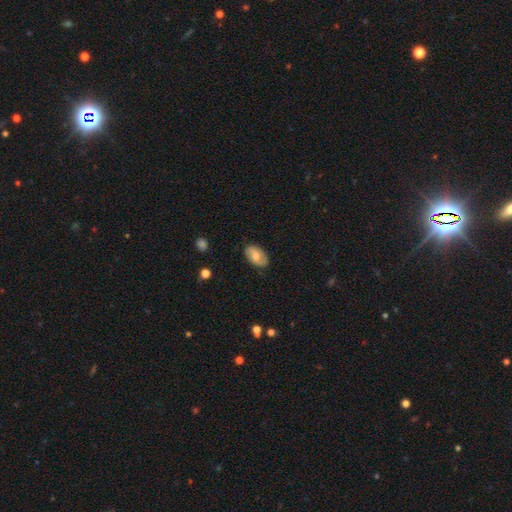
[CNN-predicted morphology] smooth-or-featured: smooth: 60% | featured or disk: 33% | star or artifact: 7%
  how-rounded: in between: 93% | round: 5% | cigar-shaped: 2%
  merging: none: 83% | minor disturbance: 14% | major disturbance: 3% | merger: 1%